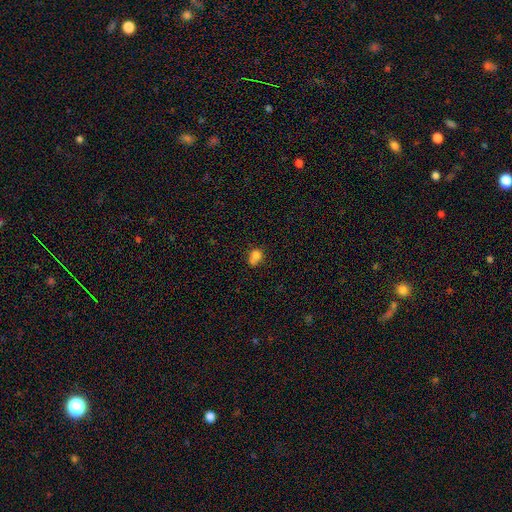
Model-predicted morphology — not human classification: This is likely a smooth galaxy (77%). How rounded: possibly round (53%). Merging: marginally none (39%).